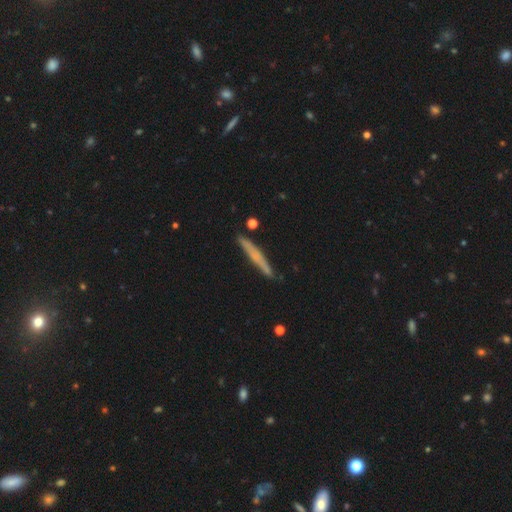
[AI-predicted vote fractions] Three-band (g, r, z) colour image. It shows a smooth galaxy with no disk features (56%) that is cigar-shaped (96%). Merging: none (85%).